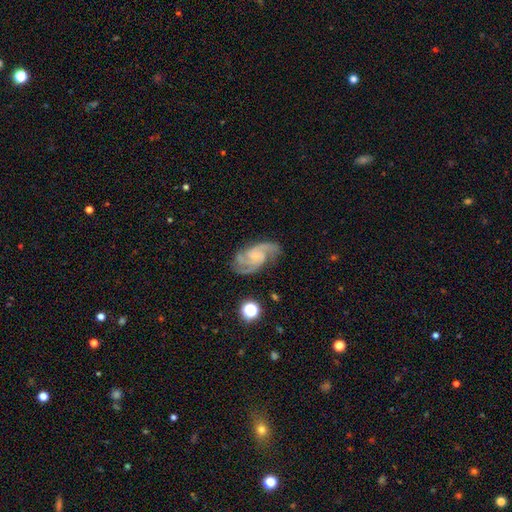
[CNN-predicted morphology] A featured or disk galaxy (90%) with no bar (57%), 2 (40%) medium (51%) spiral arms (98%) and a small central bulge (59%). Merging: none (74%).